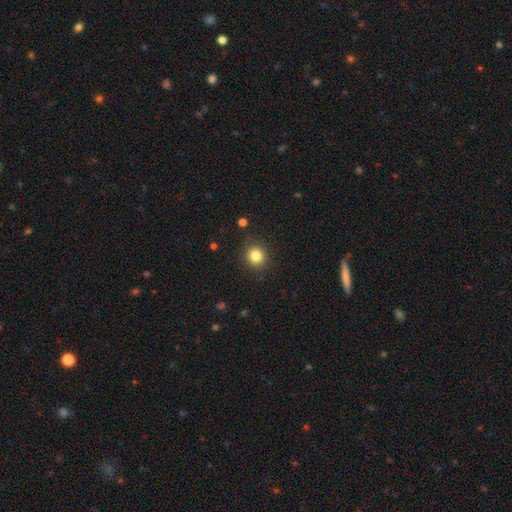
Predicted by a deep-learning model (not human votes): smooth-or-featured: smooth: 83% | star or artifact: 11% | featured or disk: 6%
  how-rounded: round: 88% | in between: 11% | cigar-shaped: 1%
  merging: none: 90% | minor disturbance: 7% | major disturbance: 2% | merger: 1%